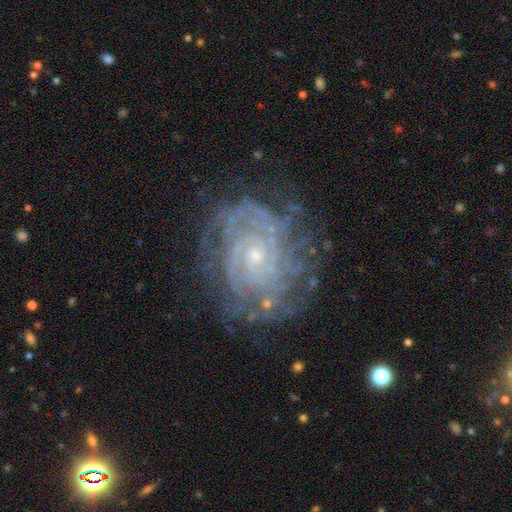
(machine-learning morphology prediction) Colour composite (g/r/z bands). It shows a featured or disk galaxy (87%) with no bar (71%), tight (80%) spiral arms (97%) and a small central bulge (73%). Merging: none (74%).